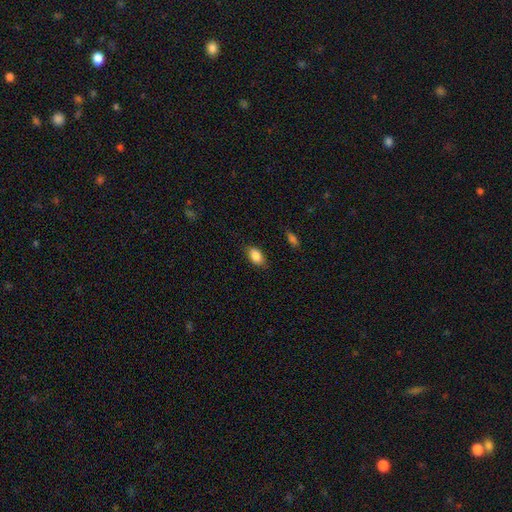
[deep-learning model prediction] smooth_or_featured: smooth (p=0.87) [alt: star or artifact p=0.07]
how_rounded: in between (p=0.90) [alt: round p=0.07]
merging: none (p=0.80) [alt: minor disturbance p=0.15]